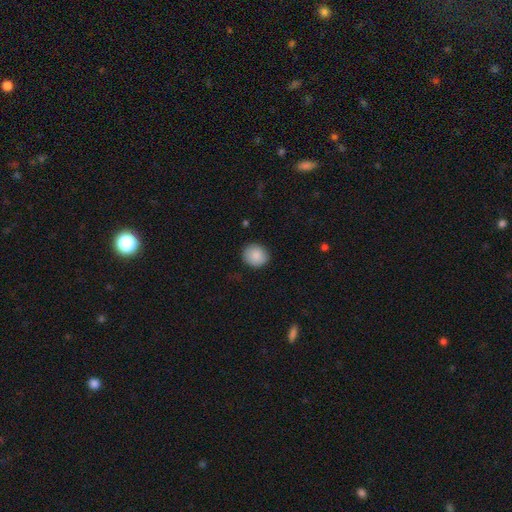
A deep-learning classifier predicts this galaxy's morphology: This appears to be a smooth galaxy with no disk features (88%) that is round (79%). Merging: none (88%).